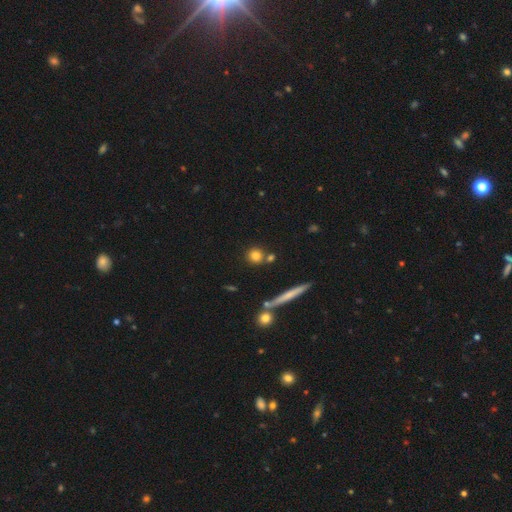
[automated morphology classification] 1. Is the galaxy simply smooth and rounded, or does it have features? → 79% smooth, 11% star or artifact, 10% featured or disk.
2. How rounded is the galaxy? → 85% round, 10% in between, 5% cigar-shaped.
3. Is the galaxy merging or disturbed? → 74% none, 13% merger, 9% minor disturbance, 3% major disturbance.